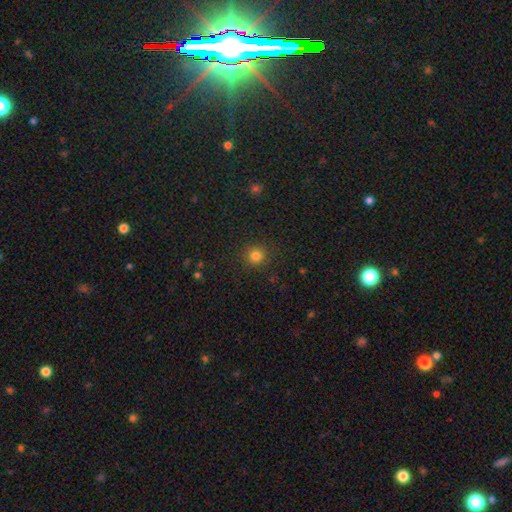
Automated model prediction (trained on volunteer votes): The model was most divided on "smooth or featured": smooth: 82%, star or artifact: 13%, featured or disk: 5%. More confident: how rounded — round (92%); merging — none (90%).